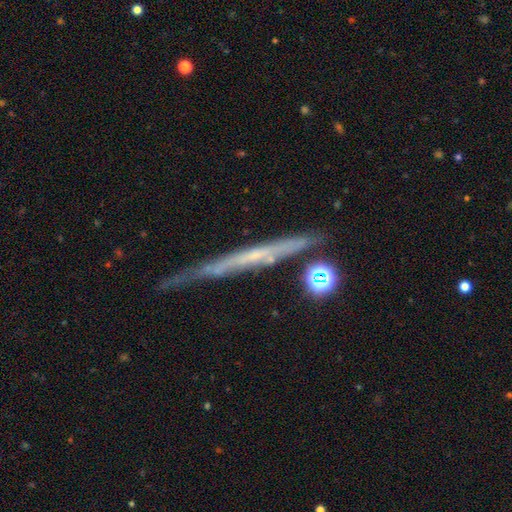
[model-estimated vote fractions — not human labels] smooth-or-featured: featured or disk: 66% | smooth: 25% | star or artifact: 8%
  disk-edge-on: yes: 94% | no: 6%
    edge-on-bulge: none: 81% | rounded: 14% | boxy: 5%
  merging: none: 76% | minor disturbance: 16% | merger: 4% | major disturbance: 4%